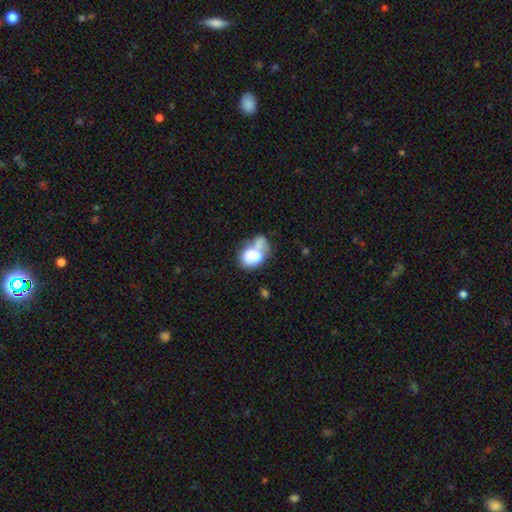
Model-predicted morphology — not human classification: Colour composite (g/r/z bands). It shows a smooth galaxy with no disk features (67%) that is in between round and cigar-shaped (65%). Merging: merger (51%).